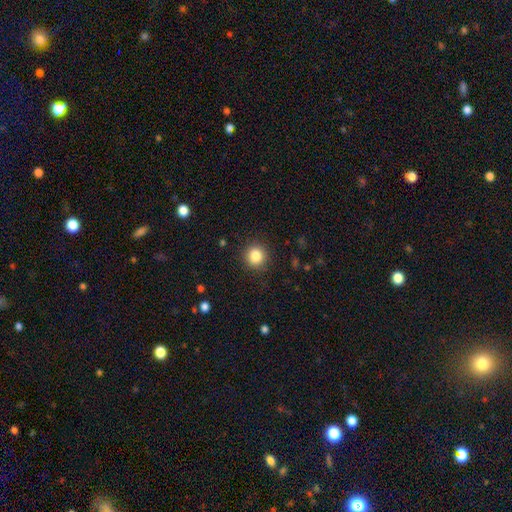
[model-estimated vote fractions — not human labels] smooth_or_featured: smooth (p=0.84) [alt: star or artifact p=0.11]
how_rounded: round (p=0.90) [alt: in between p=0.09]
merging: none (p=0.90) [alt: minor disturbance p=0.07]